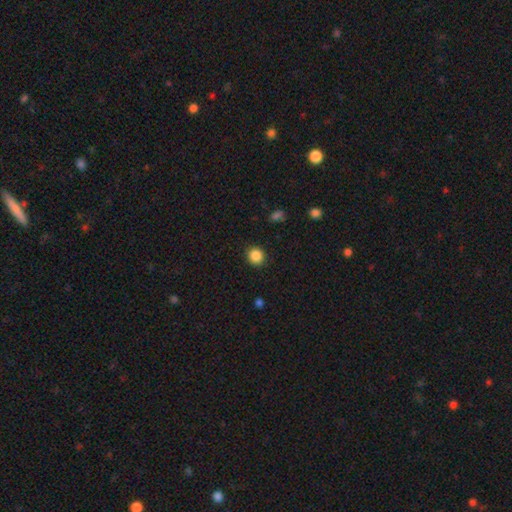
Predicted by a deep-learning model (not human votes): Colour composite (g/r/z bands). It shows a smooth galaxy with no disk features (87%) that is round (87%). Merging: none (91%).